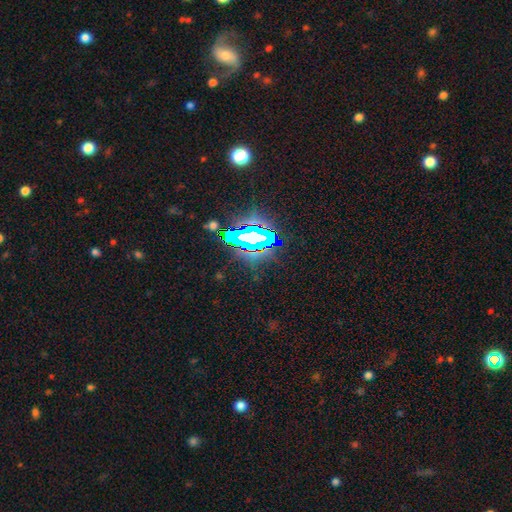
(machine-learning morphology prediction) star or artifact 77%, smooth 13%, featured or disk 10%.